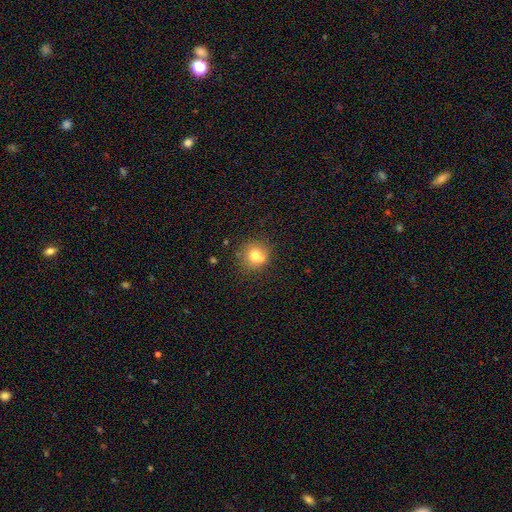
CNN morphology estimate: type=smooth (74%); roundness=round (85%); merging=none (63%).